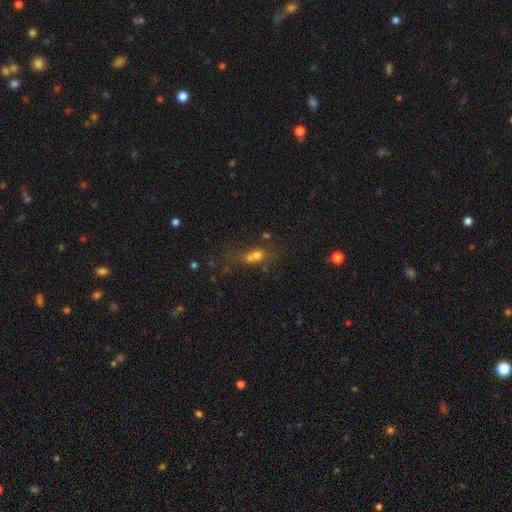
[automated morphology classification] Overall: smooth (56%; star or artifact 23%). How rounded: round (47%; in between 43%). Merging: merger (47%; none 31%).